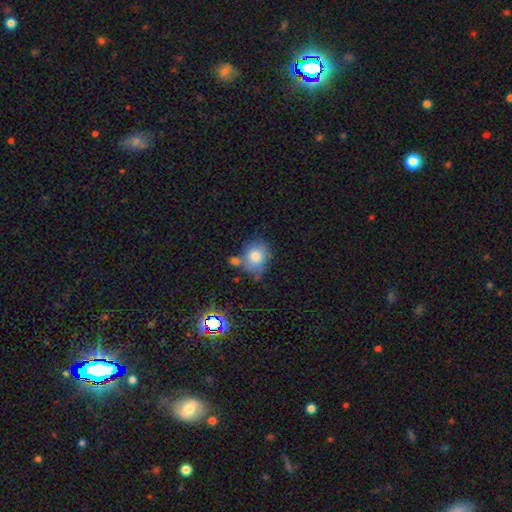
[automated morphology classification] This is likely a smooth galaxy (78%). How rounded: likely round (61%). Merging: possibly none (47%).